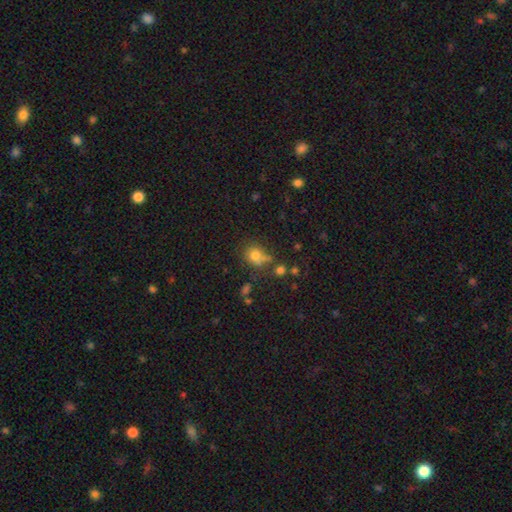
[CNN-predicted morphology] The model was most divided on "merging": none: 55%, merger: 19%, minor disturbance: 18%, major disturbance: 8%. More confident: smooth or featured — smooth (75%); how rounded — round (73%).